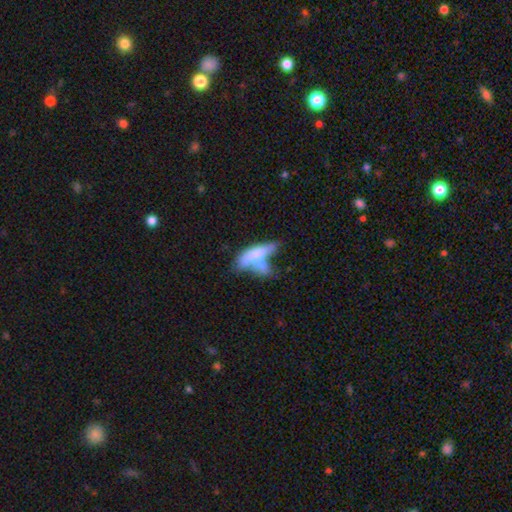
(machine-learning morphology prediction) Smooth or featured? Predicted: smooth (p=0.55). How rounded? Predicted: in between (p=0.56). Merging? Predicted: merger (p=0.44).